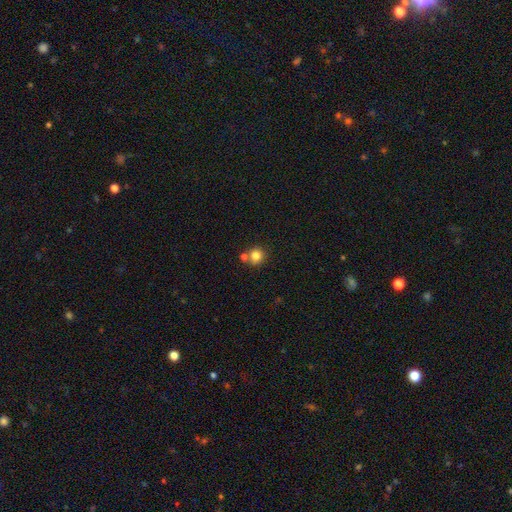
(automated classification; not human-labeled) Smooth or featured?
  - smooth: 82% *
  - star or artifact: 11%
  - featured or disk: 8%
How rounded?
  - round: 88% *
  - in between: 11%
  - cigar-shaped: 1%
Merging?
  - none: 65% *
  - merger: 24%
  - minor disturbance: 9%
  - major disturbance: 3%